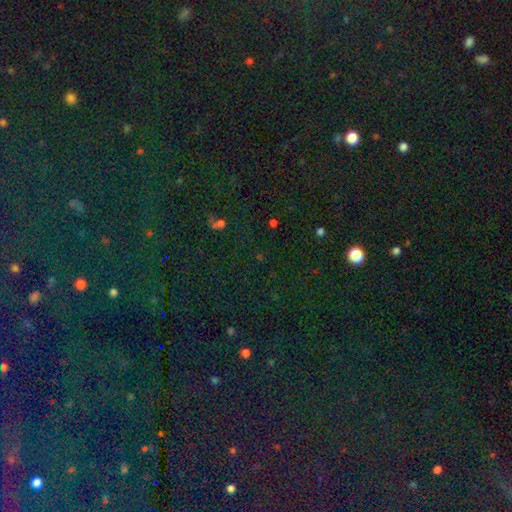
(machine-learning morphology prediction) star or artifact 80%, smooth 13%, featured or disk 7%.